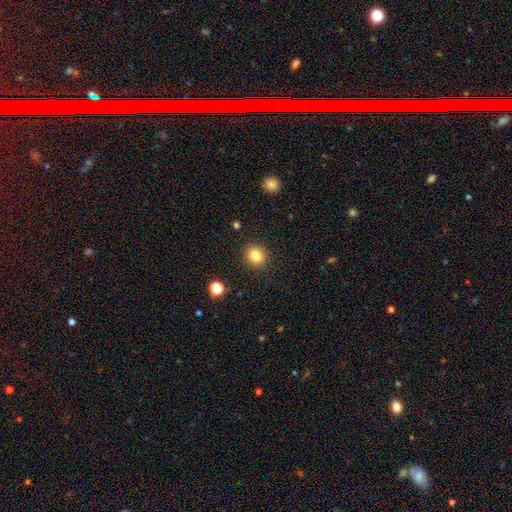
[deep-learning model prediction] Smooth or featured?
  - smooth: 82% *
  - star or artifact: 11%
  - featured or disk: 7%
How rounded?
  - round: 80% *
  - in between: 19%
  - cigar-shaped: 1%
Merging?
  - none: 90% *
  - minor disturbance: 7%
  - major disturbance: 2%
  - merger: 1%